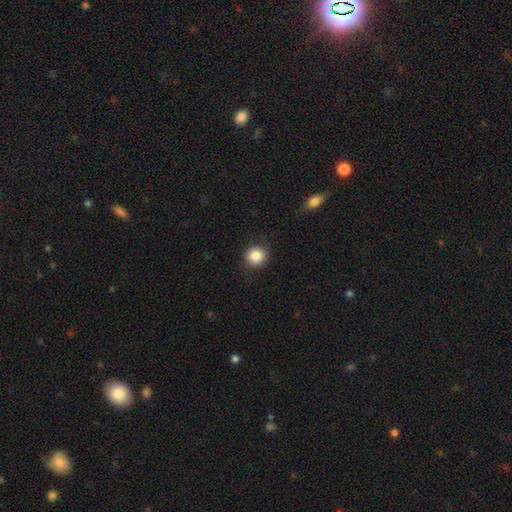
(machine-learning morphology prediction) type=smooth (86%); roundness=round (90%); merging=none (88%).